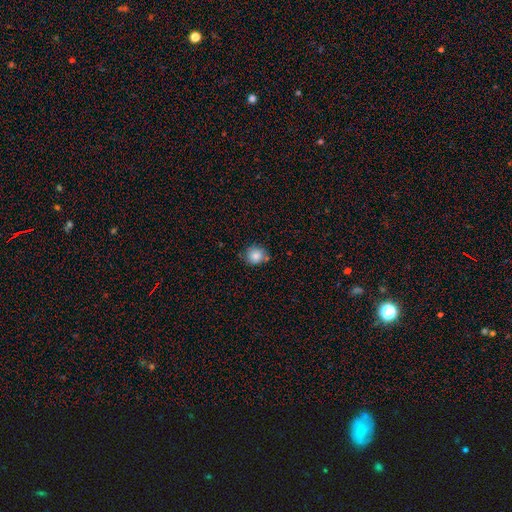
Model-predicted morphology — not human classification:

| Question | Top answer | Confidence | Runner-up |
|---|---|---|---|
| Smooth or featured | smooth | 85% | star or artifact (9%) |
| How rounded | round | 86% | in between (13%) |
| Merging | none | 73% | minor disturbance (17%) |